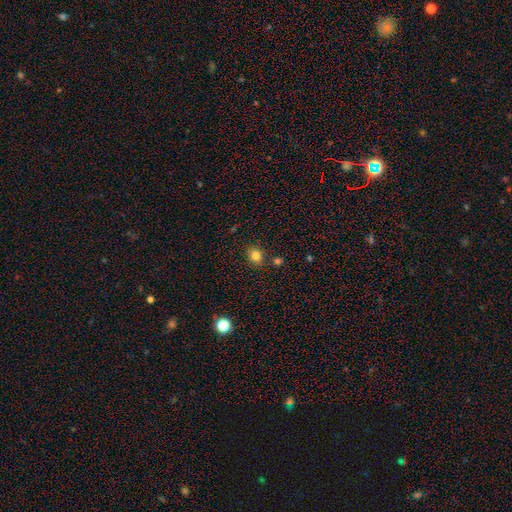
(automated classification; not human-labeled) A smooth galaxy with no disk features (81%) that is round (72%).

Vote fractions:
- Smooth or featured? smooth: 81% / star or artifact: 13% / featured or disk: 6%
- How rounded? round: 72% / in between: 27% / cigar-shaped: 1%
- Merging? none: 83% / minor disturbance: 9% / merger: 5% / major disturbance: 2%